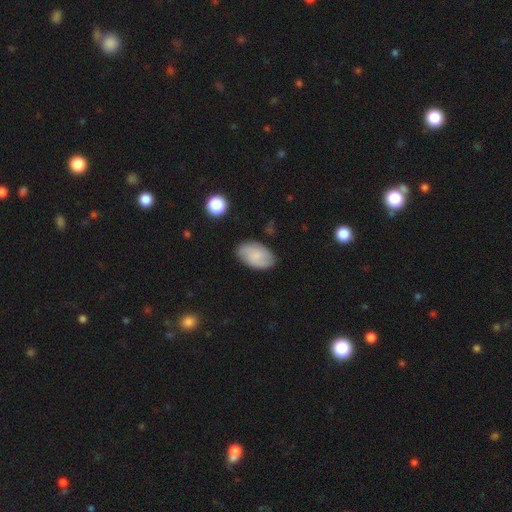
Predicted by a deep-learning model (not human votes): Q: Smooth or featured?
A: smooth (70%); runner-up: featured or disk (23%)
Q: How rounded?
A: in between (93%); runner-up: round (5%)
Q: Merging?
A: none (80%); runner-up: minor disturbance (15%)